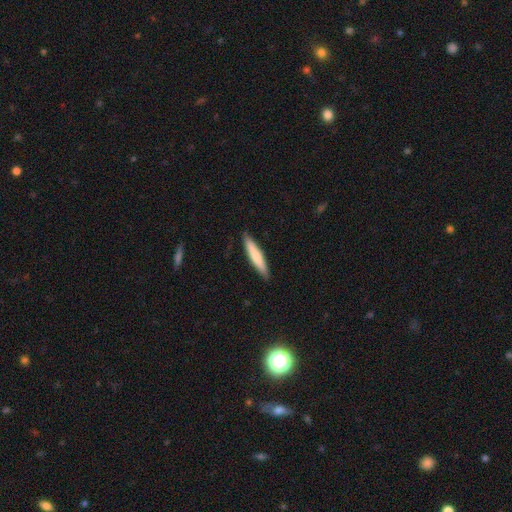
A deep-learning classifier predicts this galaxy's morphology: A smooth galaxy with no disk features (74%) that is cigar-shaped (91%). Merging: none (90%).